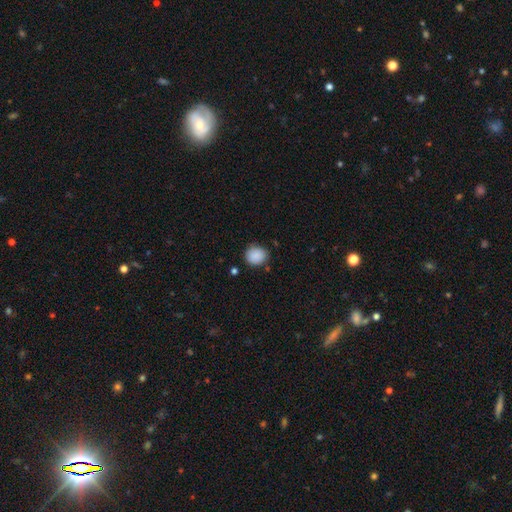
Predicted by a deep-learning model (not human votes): Morphology: type=smooth (89%); roundness=round (76%); merging=none (82%).